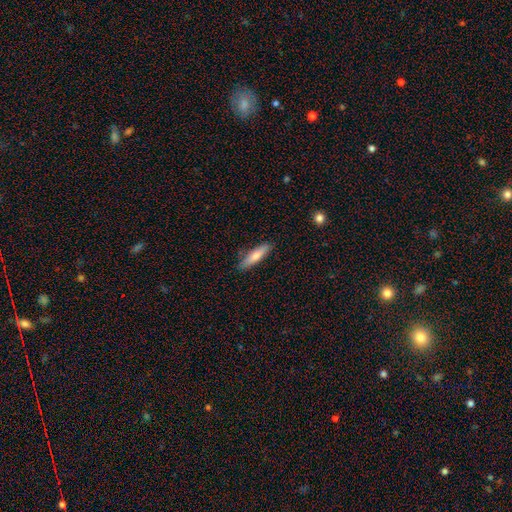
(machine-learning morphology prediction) A smooth galaxy with no disk features (71%) that is cigar-shaped (70%). Merging: none (85%).